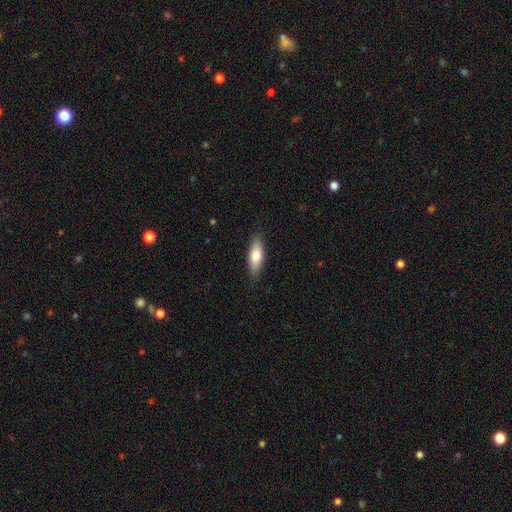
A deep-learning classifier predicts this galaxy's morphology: type=smooth (75%); roundness=in between (59%); merging=none (86%).